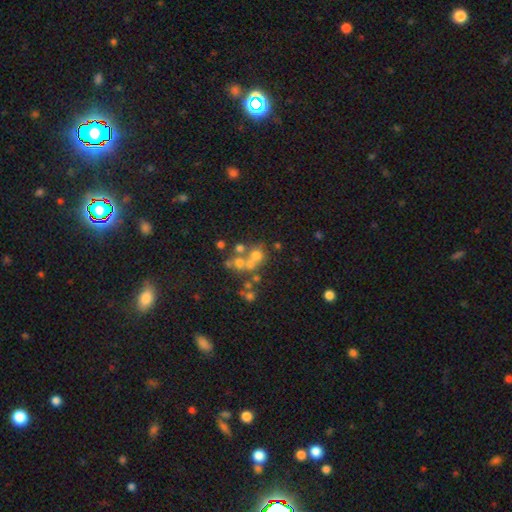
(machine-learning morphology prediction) Smooth or featured? smooth (46%)
Merging? merger (43%)